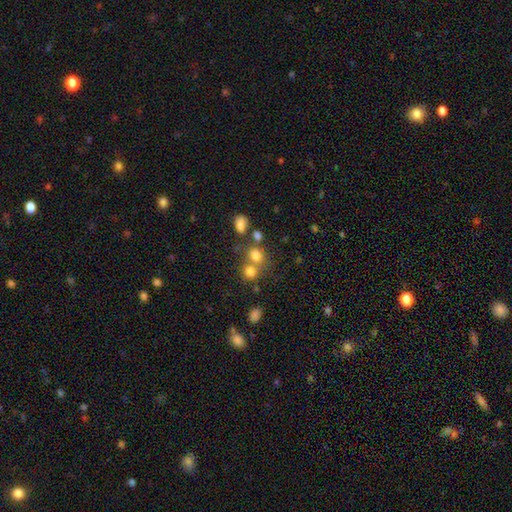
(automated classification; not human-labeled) Smooth or featured? Predicted: smooth (p=0.74). How rounded? Predicted: round (p=0.72). Merging? Predicted: none (p=0.47).